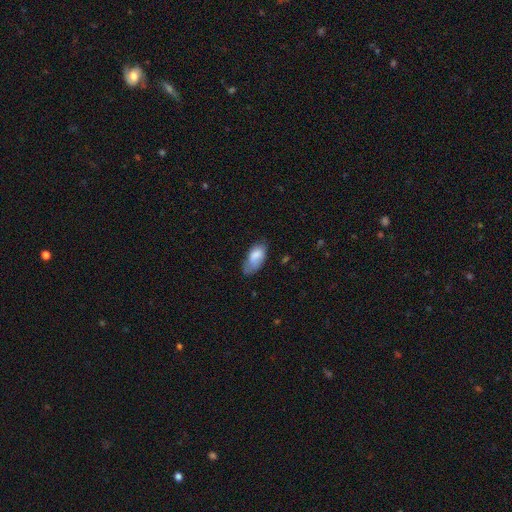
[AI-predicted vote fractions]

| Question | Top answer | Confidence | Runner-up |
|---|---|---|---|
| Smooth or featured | smooth | 79% | featured or disk (14%) |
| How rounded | in between | 92% | cigar-shaped (5%) |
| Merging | none | 46% | minor disturbance (37%) |